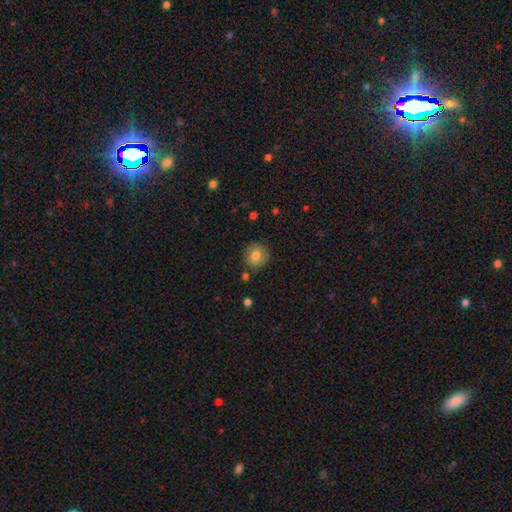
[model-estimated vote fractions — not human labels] Overall: smooth (79%). How rounded: round (86%). Merging: none (82%).